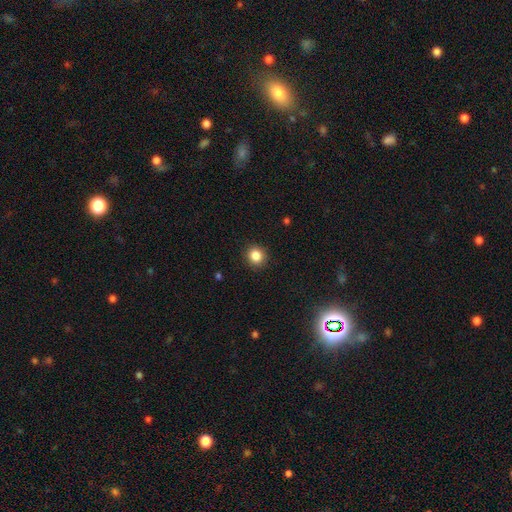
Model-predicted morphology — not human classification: Smooth or featured: smooth — 85% (star or artifact — 10%)
How rounded: round — 83% (in between — 17%)
Merging: none — 90% (minor disturbance — 7%)